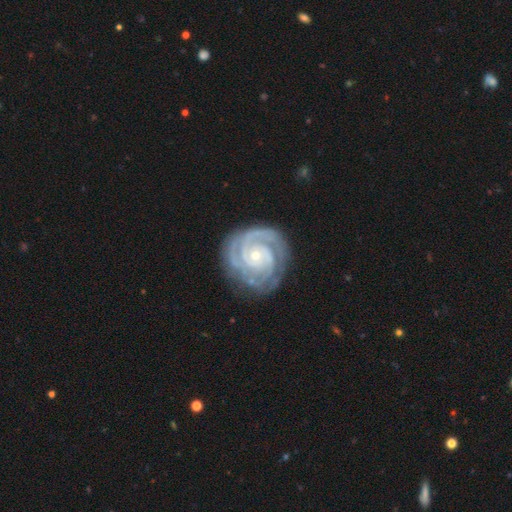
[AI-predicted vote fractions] This appears to be a featured or disk galaxy (92%) with no bar (72%), 3 (36%) tight (82%) spiral arms (99%) and a small central bulge (75%). Merging: none (79%).